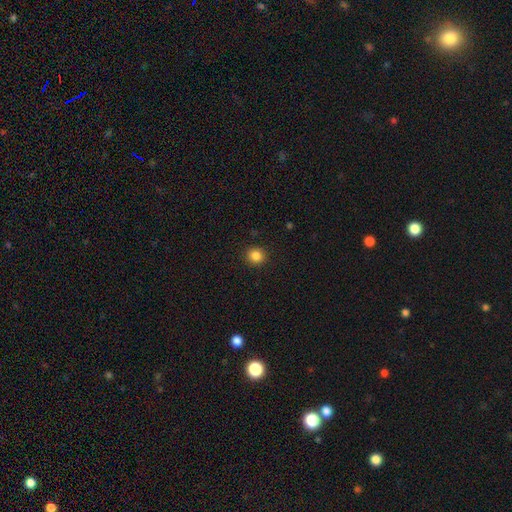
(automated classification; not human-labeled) Overall: smooth (85%). How rounded: round (86%). Merging: none (91%).